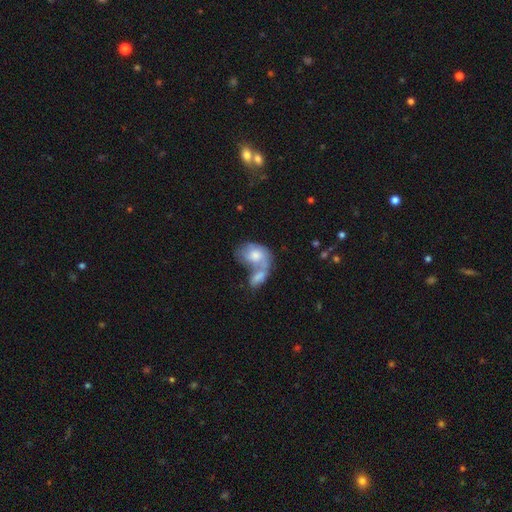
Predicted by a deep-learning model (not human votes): This appears to be a smooth galaxy with no disk features (62%) that is in between round and cigar-shaped (82%). Merging: merger (65%).